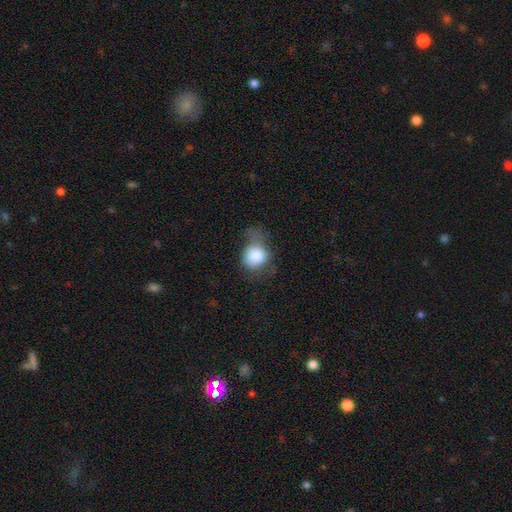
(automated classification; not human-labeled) Smooth or featured?
  - smooth: 79% *
  - featured or disk: 12%
  - star or artifact: 9%
How rounded?
  - round: 65% *
  - in between: 34%
  - cigar-shaped: 1%
Merging?
  - minor disturbance: 35% *
  - major disturbance: 32%
  - none: 30%
  - merger: 4%